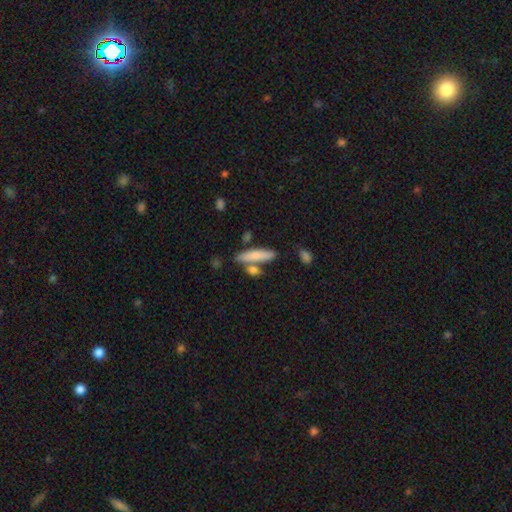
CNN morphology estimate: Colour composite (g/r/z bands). It shows a smooth galaxy with no disk features (78%) that is cigar-shaped (73%). Merging: none (66%).